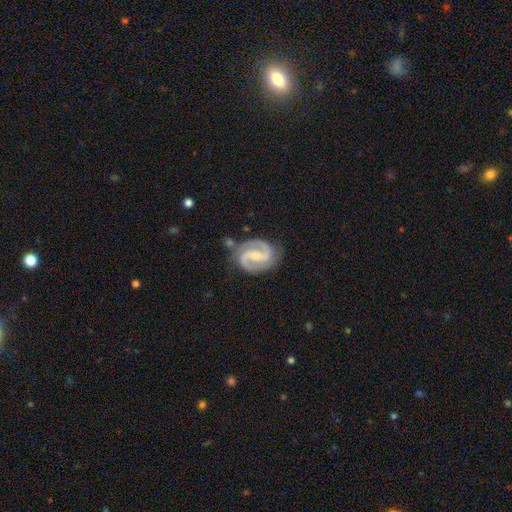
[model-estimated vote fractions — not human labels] Morphology: type=featured or disk (92%); edge-on=no (98%); bar=weak (41%); spiral arms=yes (98%); winding=medium (60%); arm count=2 (94%); bulge=small (52%); merging=none (79%).